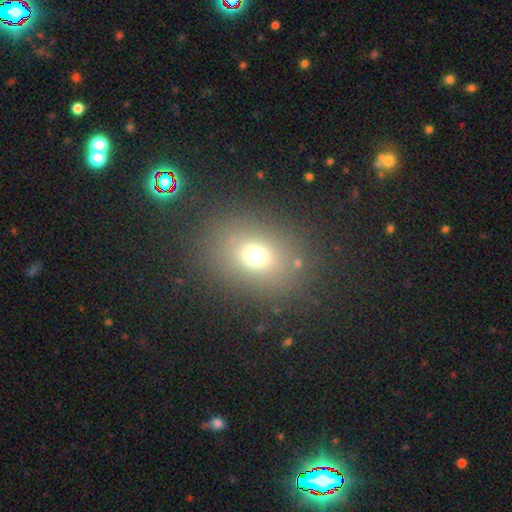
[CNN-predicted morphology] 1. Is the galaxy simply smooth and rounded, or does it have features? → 70% smooth, 18% star or artifact, 11% featured or disk.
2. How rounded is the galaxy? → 52% in between, 47% round, 1% cigar-shaped.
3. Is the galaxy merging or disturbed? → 82% none, 9% minor disturbance, 5% major disturbance, 3% merger.